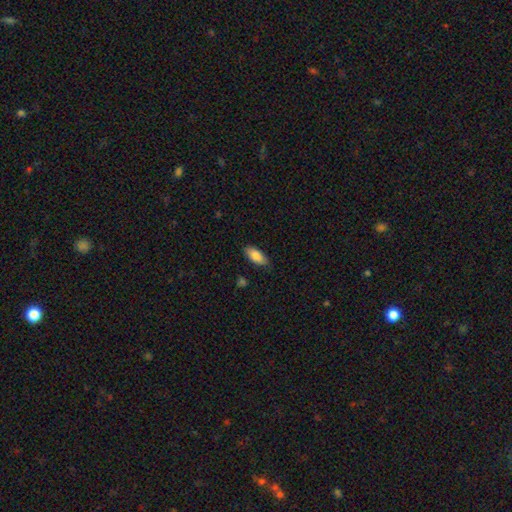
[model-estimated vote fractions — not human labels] This appears to be a smooth galaxy with no disk features (84%) that is in between round and cigar-shaped (86%). Merging: none (84%).